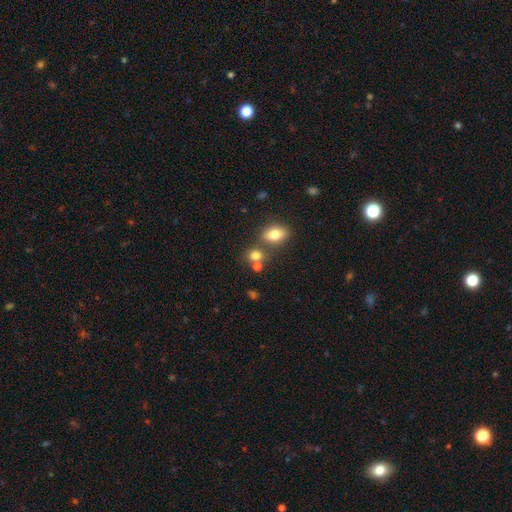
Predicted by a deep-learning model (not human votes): Overall: smooth (78%). How rounded: round (60%; in between 38%). Merging: none (54%; merger 31%).